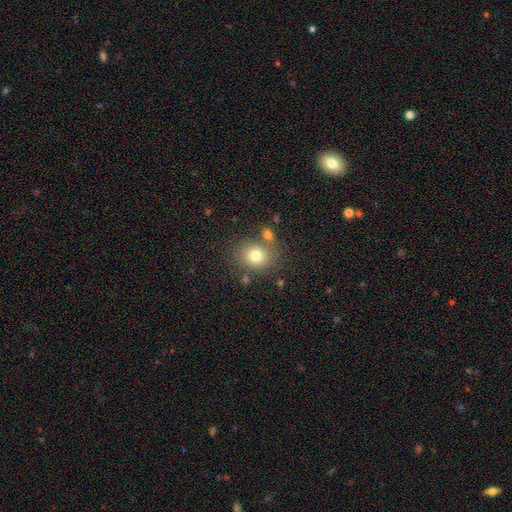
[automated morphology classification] smooth_or_featured: smooth (p=0.77) [alt: star or artifact p=0.12]
how_rounded: round (p=0.70) [alt: in between p=0.29]
merging: none (p=0.70) [alt: merger p=0.14]